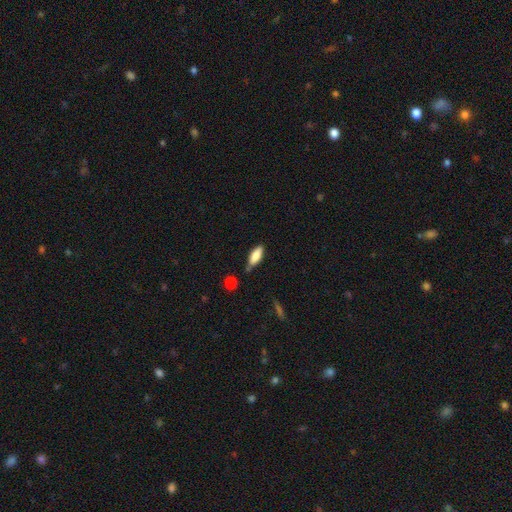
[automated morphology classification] Overall: smooth (82%). How rounded: in between (70%). Merging: none (72%).